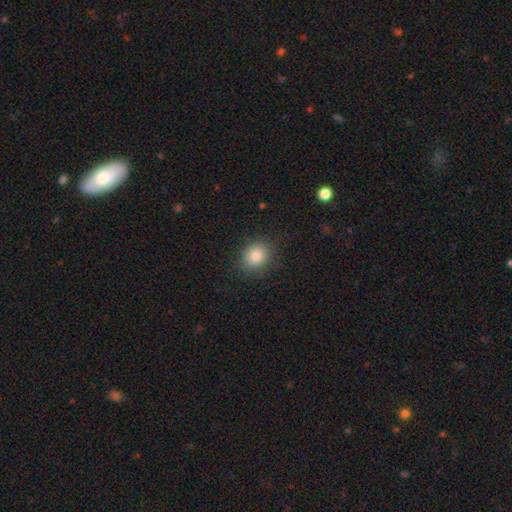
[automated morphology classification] smooth 85%, star or artifact 10%, featured or disk 6%. Down the decision tree: how rounded — round (60%); merging — none (86%).